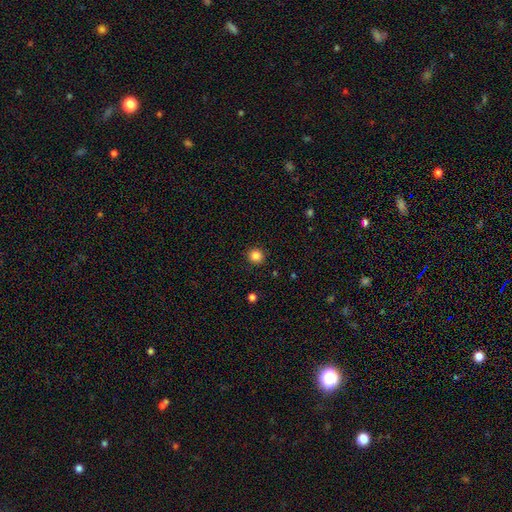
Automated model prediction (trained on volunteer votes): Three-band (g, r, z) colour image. It shows a smooth galaxy with no disk features (85%) that is round (93%). Merging: none (92%).